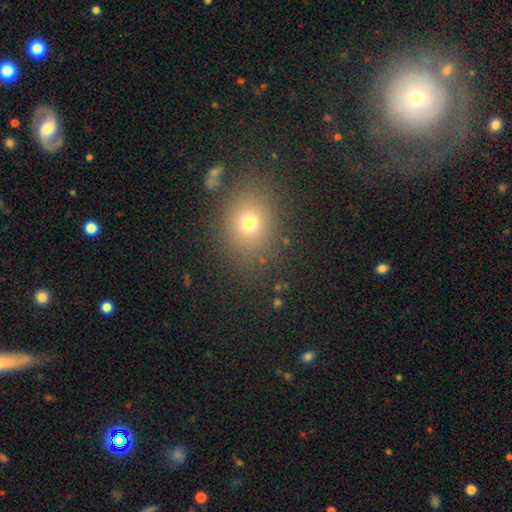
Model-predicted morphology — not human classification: smooth-or-featured: smooth: 65% | star or artifact: 23% | featured or disk: 12%
  how-rounded: round: 55% | in between: 44% | cigar-shaped: 1%
  merging: none: 81% | minor disturbance: 10% | major disturbance: 5% | merger: 4%